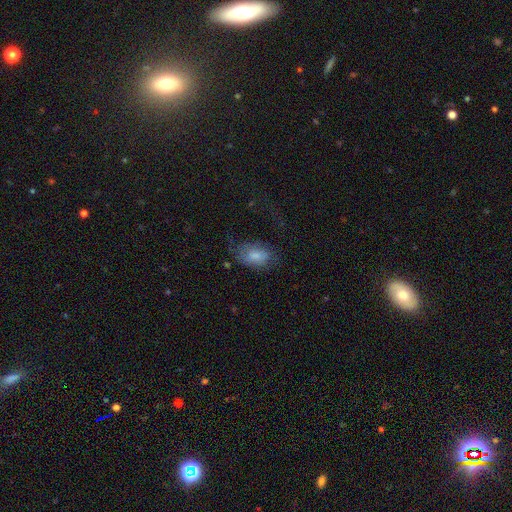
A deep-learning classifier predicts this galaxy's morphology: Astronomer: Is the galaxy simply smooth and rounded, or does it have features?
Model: smooth — 71%.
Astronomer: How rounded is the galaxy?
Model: in between — 89%.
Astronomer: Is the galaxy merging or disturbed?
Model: none — 43% (runner-up: major disturbance, 29%).